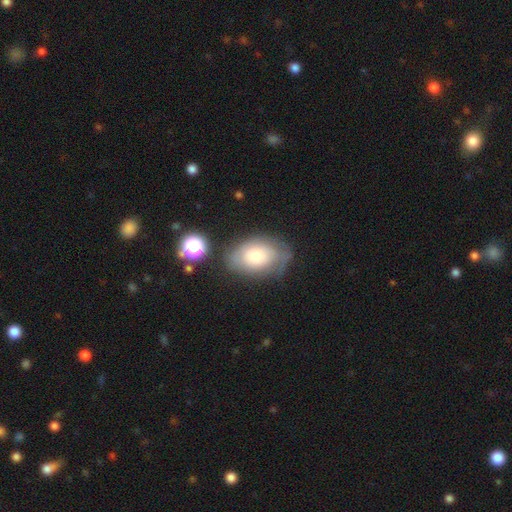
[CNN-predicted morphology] smooth 53%, featured or disk 37%, star or artifact 11%. Down the decision tree: how rounded — in between (83%); merging — none (62%).